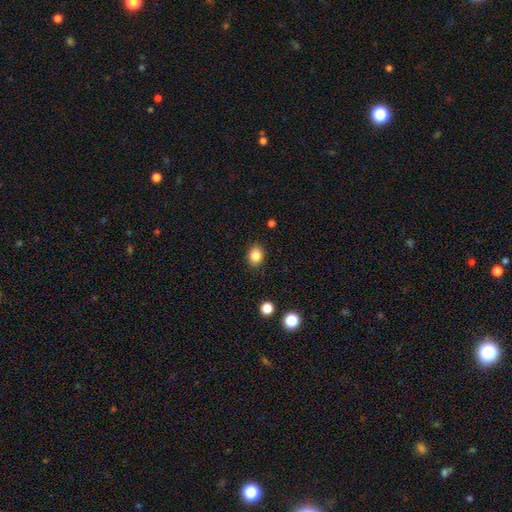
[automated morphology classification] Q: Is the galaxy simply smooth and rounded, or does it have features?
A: smooth — 84%.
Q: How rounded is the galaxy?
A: round — 55%.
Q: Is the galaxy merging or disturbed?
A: none — 86%.